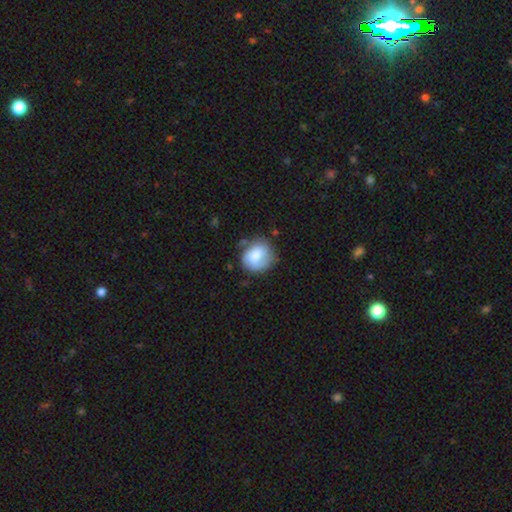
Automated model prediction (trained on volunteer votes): This appears to be a smooth galaxy with no disk features (73%) that is round (71%). Merging: none (59%).